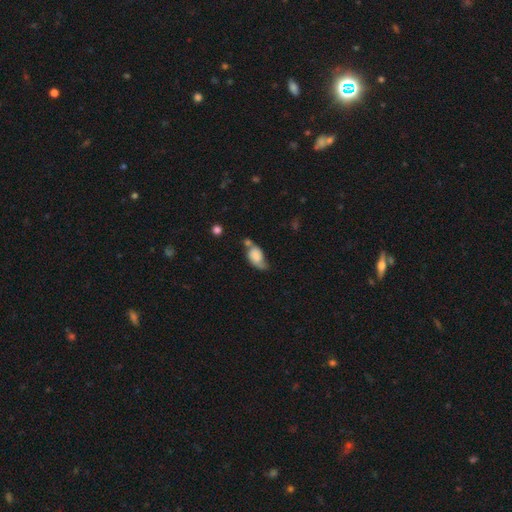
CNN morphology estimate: Overall: smooth (59%; featured or disk 32%). How rounded: in between (84%). Merging: none (30%; minor disturbance 29%).